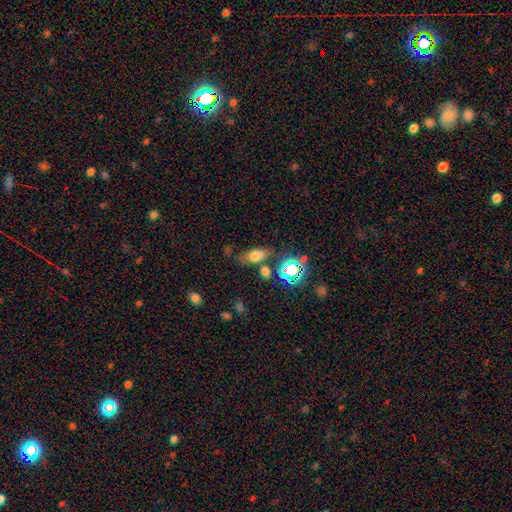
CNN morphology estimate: type=smooth (65%); roundness=in between (77%); merging=none (60%).